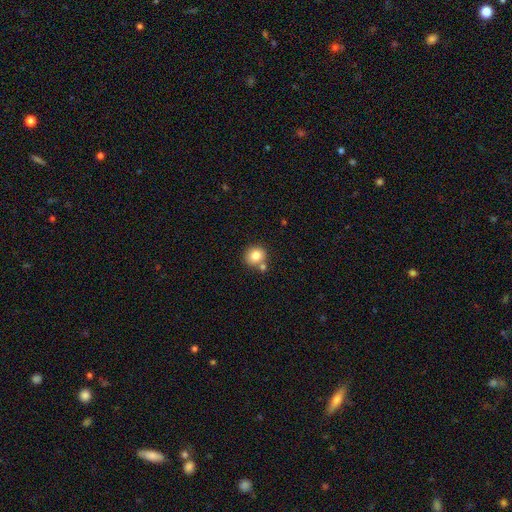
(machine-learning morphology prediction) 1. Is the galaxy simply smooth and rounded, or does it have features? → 81% smooth, 10% star or artifact, 9% featured or disk.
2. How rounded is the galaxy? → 86% round, 14% in between, 1% cigar-shaped.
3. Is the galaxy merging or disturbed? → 68% none, 19% merger, 10% minor disturbance, 3% major disturbance.